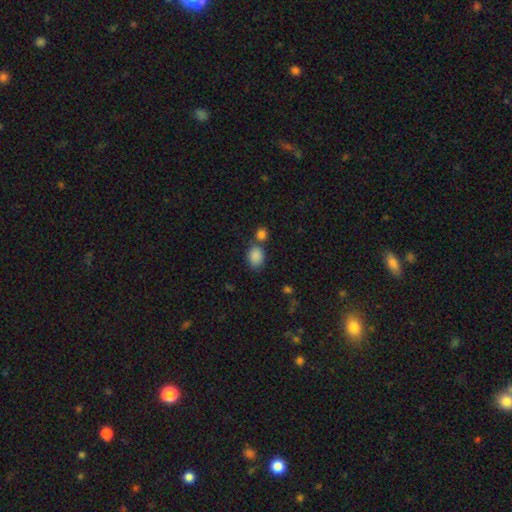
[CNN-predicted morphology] Overall: smooth (87%). How rounded: in between (67%; round 32%). Merging: none (57%; merger 26%).